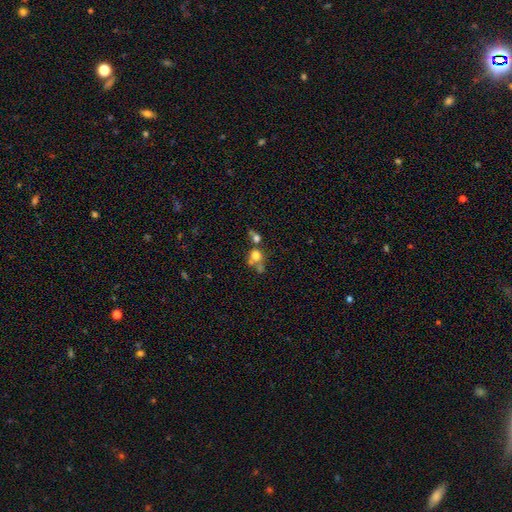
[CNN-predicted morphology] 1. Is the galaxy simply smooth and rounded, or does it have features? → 69% smooth, 17% featured or disk, 14% star or artifact.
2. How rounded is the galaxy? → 80% round, 19% in between, 1% cigar-shaped.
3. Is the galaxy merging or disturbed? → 44% merger, 40% none, 9% minor disturbance, 7% major disturbance.